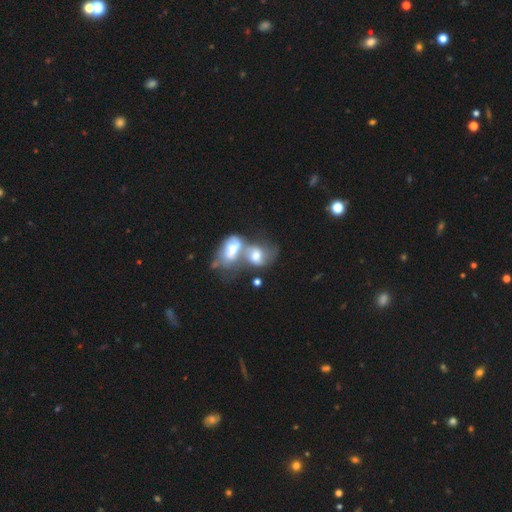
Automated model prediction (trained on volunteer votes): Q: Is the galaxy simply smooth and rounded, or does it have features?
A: smooth — 45%, tied with featured or disk.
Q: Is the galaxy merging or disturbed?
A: merger — 77%.